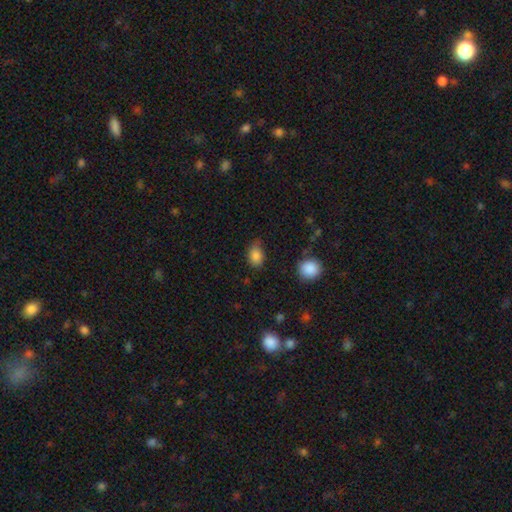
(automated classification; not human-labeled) Q: Smooth or featured?
A: smooth (84%); runner-up: star or artifact (10%)
Q: How rounded?
A: in between (78%); runner-up: round (20%)
Q: Merging?
A: none (59%); runner-up: minor disturbance (32%)